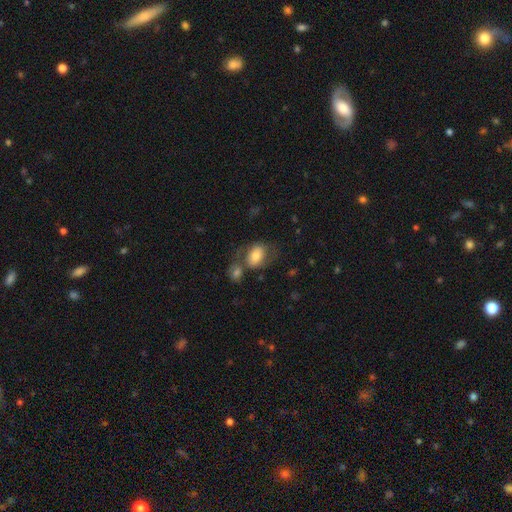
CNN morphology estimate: Smooth or featured: smooth — 73% (featured or disk — 19%)
How rounded: in between — 79% (round — 20%)
Merging: none — 39% (merger — 33%)